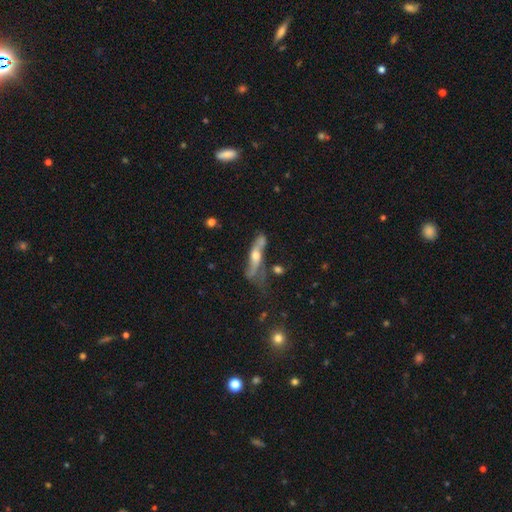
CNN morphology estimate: Smooth or featured? featured or disk (66%)
Edge-on disk? yes (61%)
Merging? none (41%)